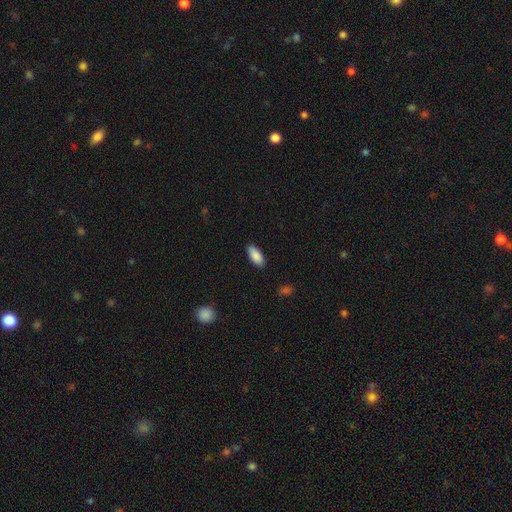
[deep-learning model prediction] The model was most divided on "how rounded": in between: 82%, cigar-shaped: 16%, round: 2%. More confident: merging — none (88%); smooth or featured — smooth (87%).